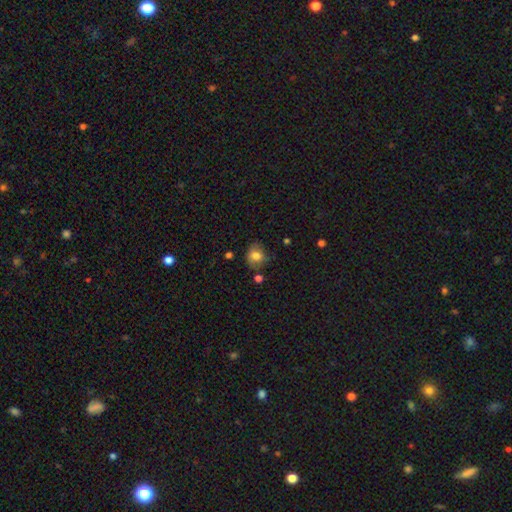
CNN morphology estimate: A smooth galaxy with no disk features (79%) that is round (69%). Merging: none (64%).